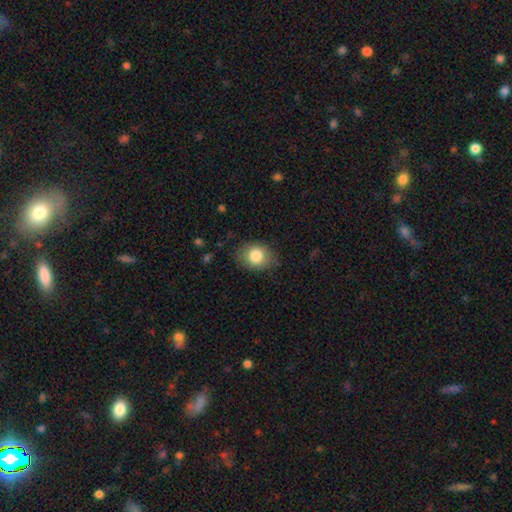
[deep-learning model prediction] Overall: smooth (82%). How rounded: round (50%; in between 49%). Merging: none (79%).